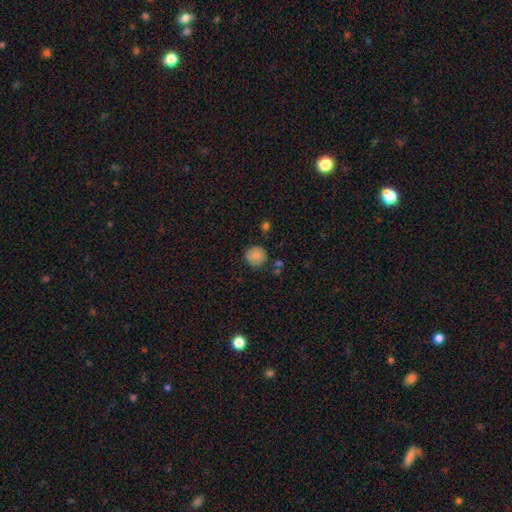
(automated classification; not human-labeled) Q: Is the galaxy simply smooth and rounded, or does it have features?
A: smooth — 84%.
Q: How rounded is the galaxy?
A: round — 90%.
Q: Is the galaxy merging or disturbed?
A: none — 80%.